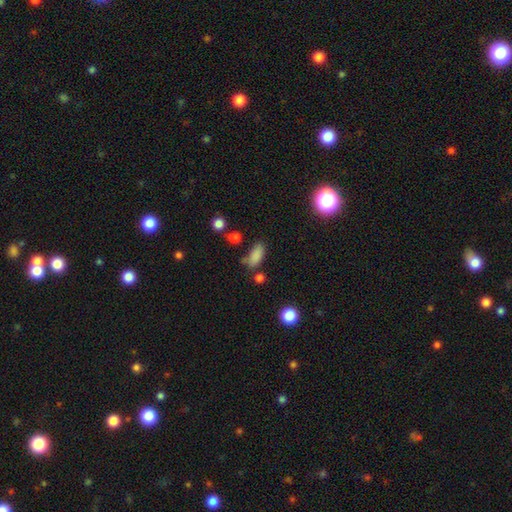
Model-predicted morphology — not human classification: Smooth or featured: smooth — 83% (star or artifact — 11%)
How rounded: in between — 83% (cigar-shaped — 12%)
Merging: none — 62% (minor disturbance — 21%)